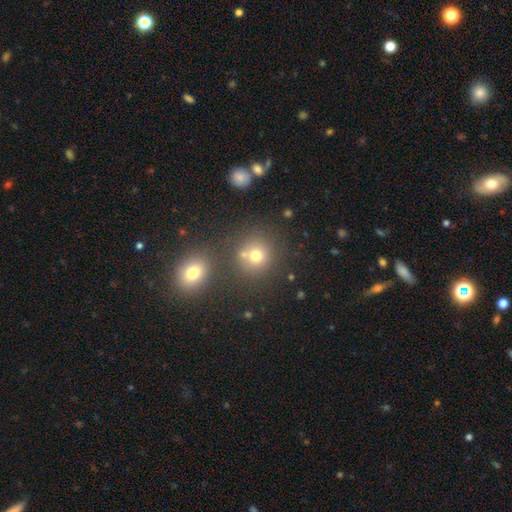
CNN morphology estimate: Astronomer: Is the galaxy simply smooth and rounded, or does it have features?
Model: smooth — 73%.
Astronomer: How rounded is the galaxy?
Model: round — 87%.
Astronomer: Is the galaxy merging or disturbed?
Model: none — 63%.